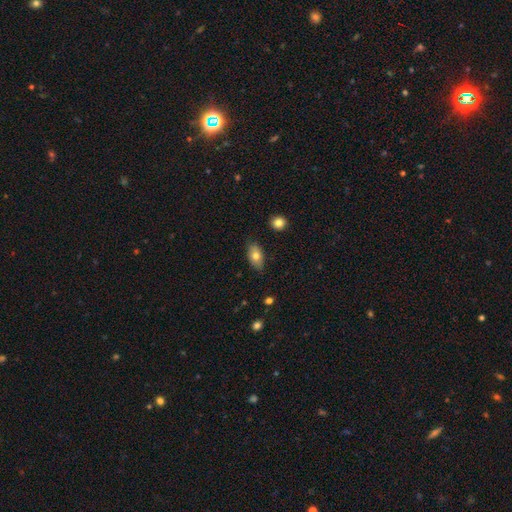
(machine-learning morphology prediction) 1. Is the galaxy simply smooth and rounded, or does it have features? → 74% smooth, 18% featured or disk, 7% star or artifact.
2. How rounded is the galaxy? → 90% in between, 6% round, 5% cigar-shaped.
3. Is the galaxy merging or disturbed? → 83% none, 13% minor disturbance, 2% major disturbance, 2% merger.